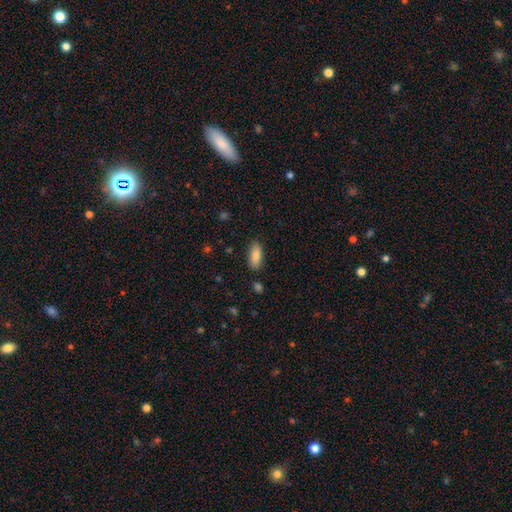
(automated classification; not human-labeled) Smooth or featured?
  - smooth: 86% *
  - featured or disk: 7%
  - star or artifact: 7%
How rounded?
  - in between: 84% *
  - cigar-shaped: 14%
  - round: 2%
Merging?
  - none: 86% *
  - minor disturbance: 10%
  - major disturbance: 2%
  - merger: 2%